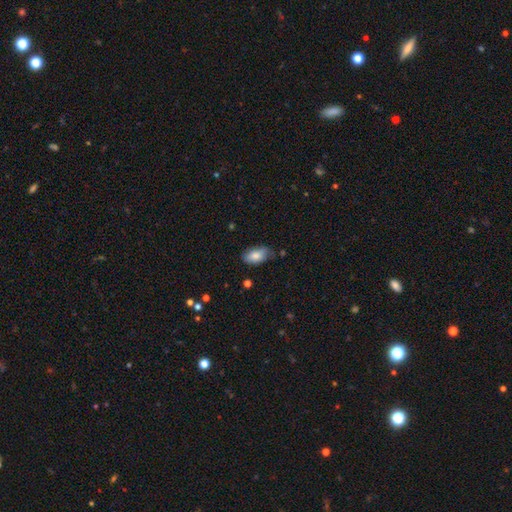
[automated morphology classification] Smooth or featured? smooth (81%)
How rounded? in between (93%)
Merging? none (67%)